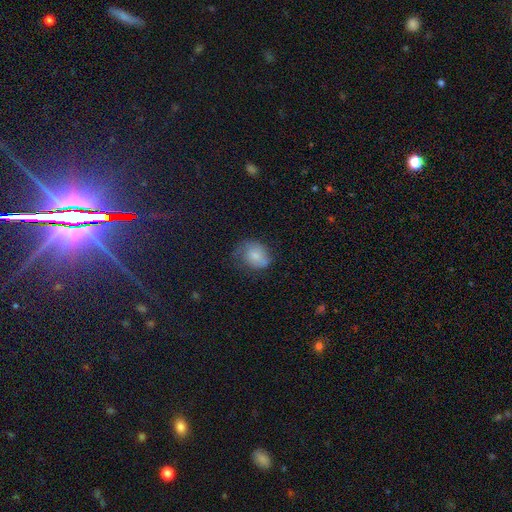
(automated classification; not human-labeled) The model was most divided on "how rounded": in between: 50%, round: 49%, cigar-shaped: 1%. Remaining: smooth or featured — smooth (66%); merging — none (45%).